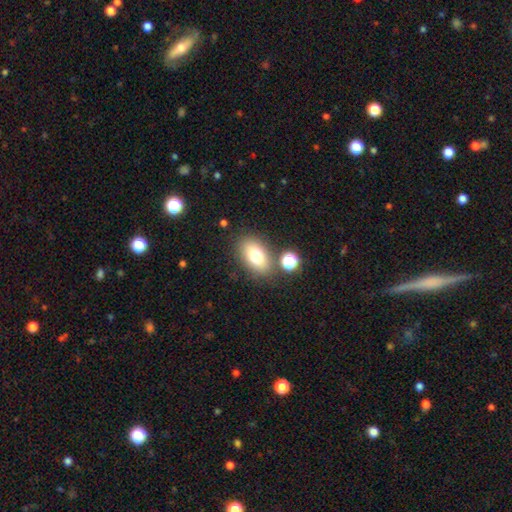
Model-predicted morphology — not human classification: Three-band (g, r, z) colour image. It shows a smooth galaxy with no disk features (75%) that is in between round and cigar-shaped (86%). Merging: none (79%).